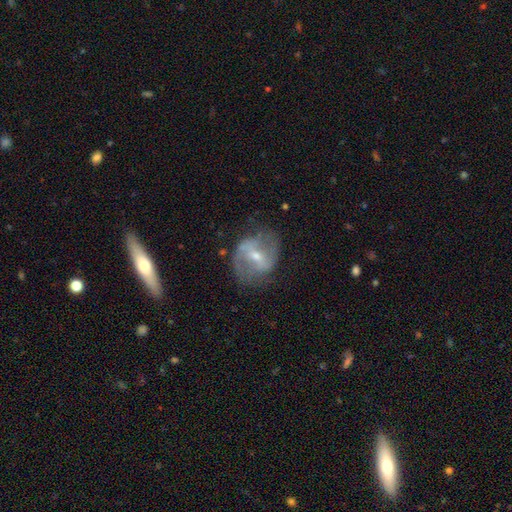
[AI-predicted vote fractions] smooth-or-featured: featured or disk: 79% | smooth: 15% | star or artifact: 7%
  disk-edge-on: no: 96% | yes: 4%
    bar: weak: 44% | strong: 38% | no: 18%
    has-spiral-arms: yes: 85% | no: 15%
      spiral-winding: medium: 47% | loose: 34% | tight: 19%
      spiral-arm-count: 2: 83% | can't tell: 10% | 1: 3% | 3: 2% | 4: 1% | more than 4: 1%
    bulge-size: small: 52% | moderate: 44% | large: 2% | none: 2% | dominant: 1%
  merging: none: 66% | minor disturbance: 20% | major disturbance: 12% | merger: 2%